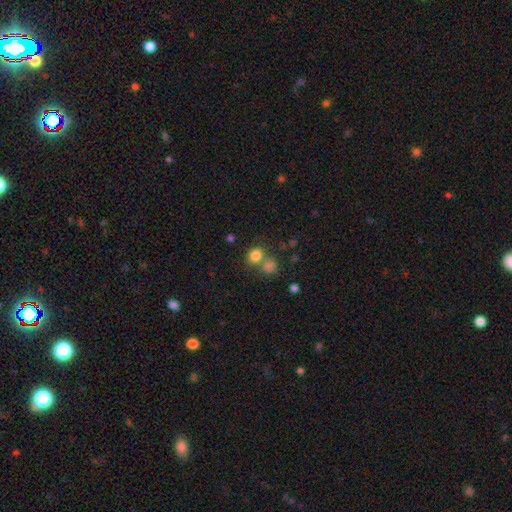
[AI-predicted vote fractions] Smooth or featured: smooth — 81% (star or artifact — 13%)
How rounded: round — 74% (in between — 25%)
Merging: none — 56% (merger — 31%)